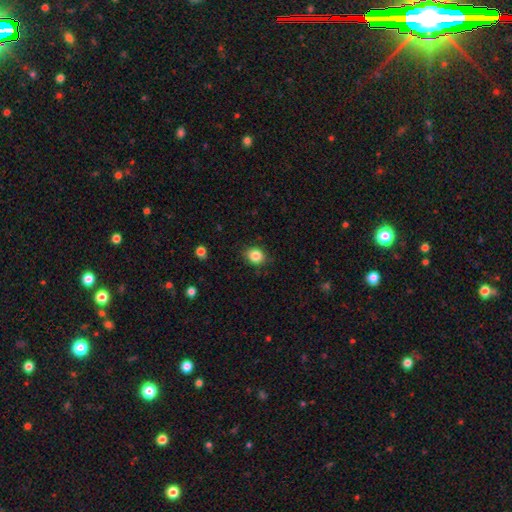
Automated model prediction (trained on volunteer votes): Smooth or featured?
  - smooth: 85% *
  - star or artifact: 10%
  - featured or disk: 5%
How rounded?
  - round: 64% *
  - in between: 35%
  - cigar-shaped: 1%
Merging?
  - none: 85% *
  - minor disturbance: 11%
  - major disturbance: 3%
  - merger: 1%